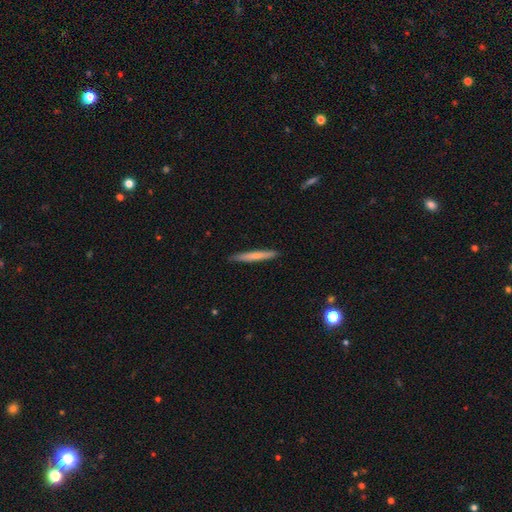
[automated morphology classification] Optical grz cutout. It shows a smooth galaxy with no disk features (69%) that is cigar-shaped (96%). Merging: none (90%).